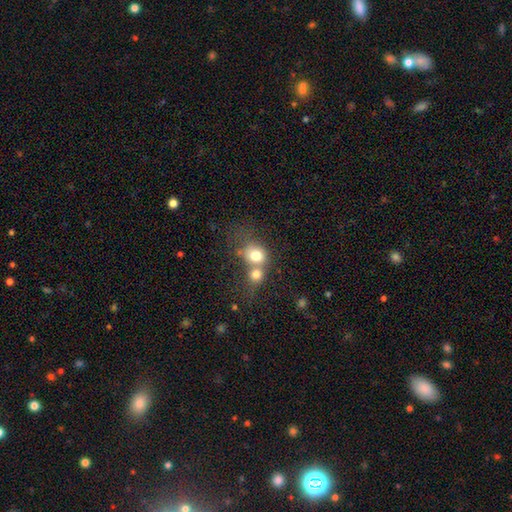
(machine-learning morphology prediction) Smooth or featured? Predicted: smooth (p=0.75). How rounded? Predicted: round (p=0.69). Merging? Predicted: merger (p=0.62).